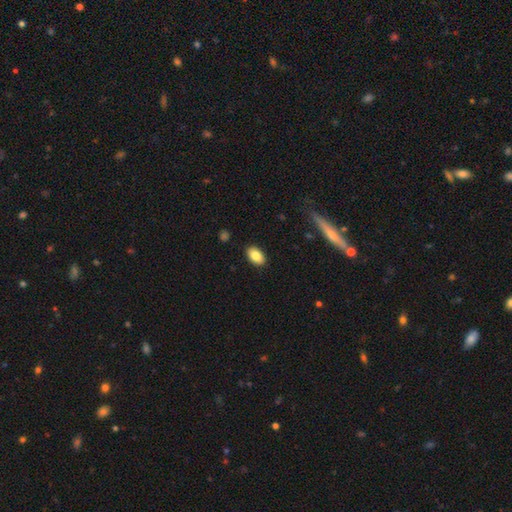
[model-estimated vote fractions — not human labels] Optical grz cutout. It shows a smooth galaxy with no disk features (84%) that is in between round and cigar-shaped (91%). Merging: none (89%).